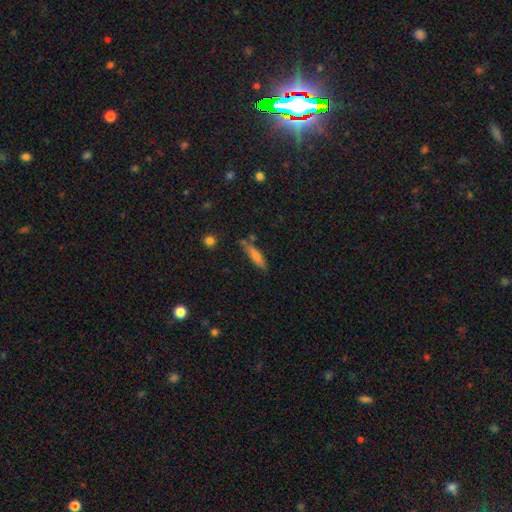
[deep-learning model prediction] Overall: smooth (64%; featured or disk 27%). How rounded: cigar-shaped (79%). Merging: none (73%).